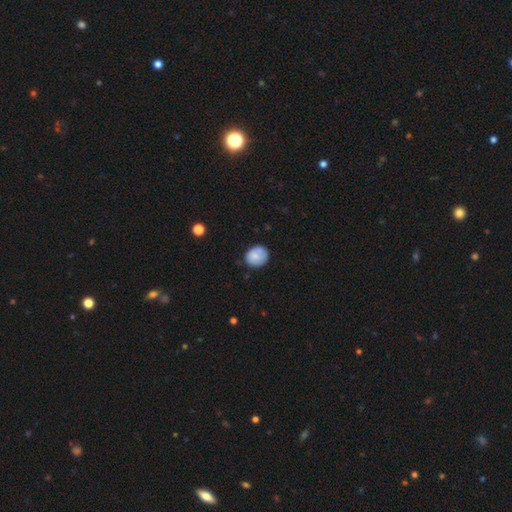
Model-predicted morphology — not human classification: type=smooth (77%); roundness=round (77%); merging=none (75%).